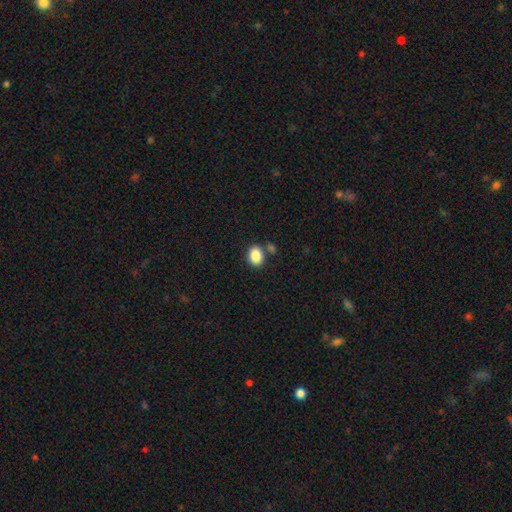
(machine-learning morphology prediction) smooth-or-featured: smooth: 87% | star or artifact: 8% | featured or disk: 4%
  how-rounded: in between: 70% | round: 29% | cigar-shaped: 1%
  merging: none: 73% | merger: 12% | minor disturbance: 11% | major disturbance: 3%